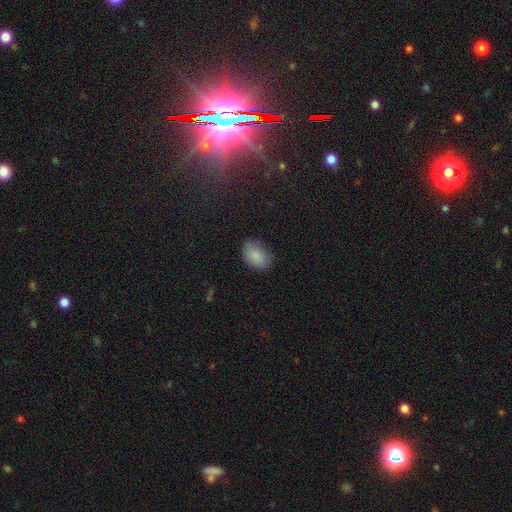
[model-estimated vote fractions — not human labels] Morphology: type=smooth (87%); roundness=in between (84%); merging=none (77%).